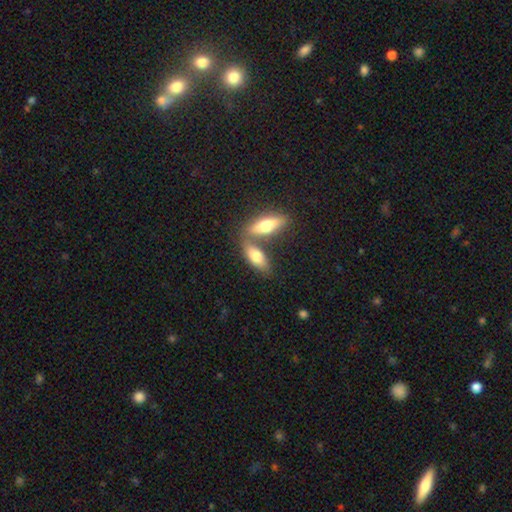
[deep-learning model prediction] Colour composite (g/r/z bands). It shows a smooth galaxy with no disk features (70%) that is in between round and cigar-shaped (71%). Merging: merger (45%).